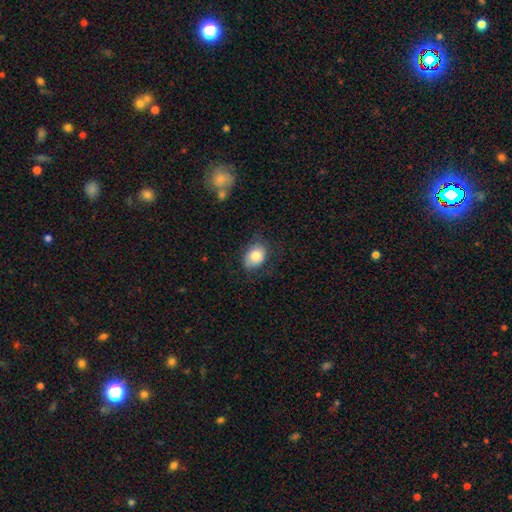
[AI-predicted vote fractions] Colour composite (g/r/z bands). It shows a smooth galaxy with no disk features (81%) that is in between round and cigar-shaped (70%). Merging: none (68%).